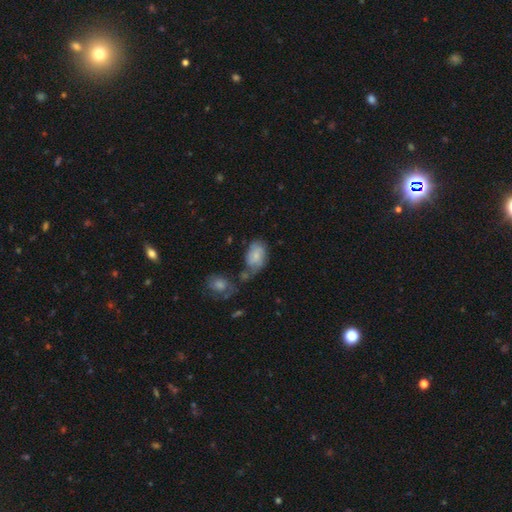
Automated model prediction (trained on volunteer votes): Morphology: type=smooth (63%); roundness=in between (88%); merging=none (37%).